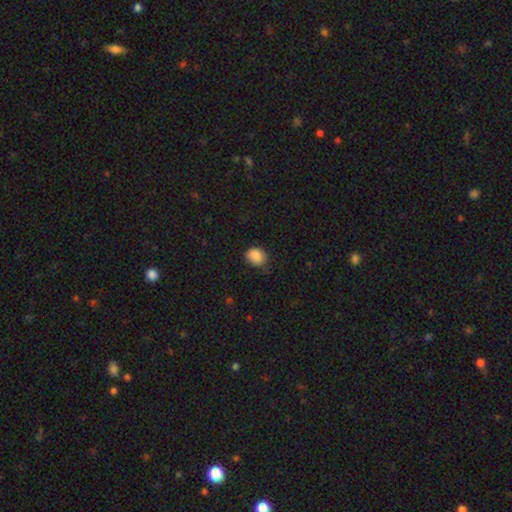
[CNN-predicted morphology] A smooth galaxy with no disk features (87%) that is round (57%).

Vote fractions:
- Smooth or featured? smooth: 87% / star or artifact: 9% / featured or disk: 4%
- How rounded? round: 57% / in between: 42% / cigar-shaped: 1%
- Merging? none: 68% / minor disturbance: 26% / major disturbance: 5% / merger: 1%